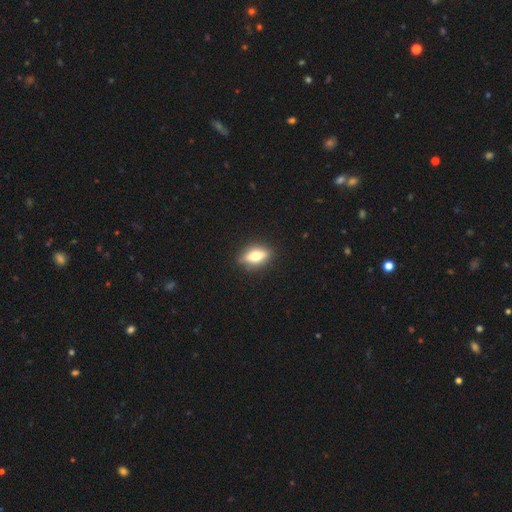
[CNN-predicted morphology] The model was most divided on "smooth or featured": smooth: 57%, featured or disk: 35%, star or artifact: 8%. More confident: merging — none (86%); how rounded — in between (71%).